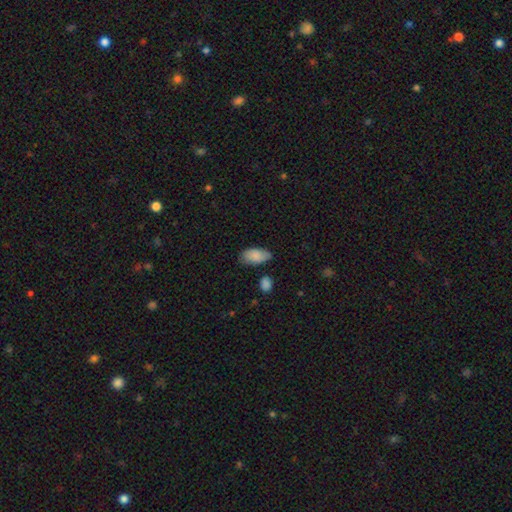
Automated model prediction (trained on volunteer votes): Smooth or featured? smooth (83%)
How rounded? in between (94%)
Merging? none (68%)